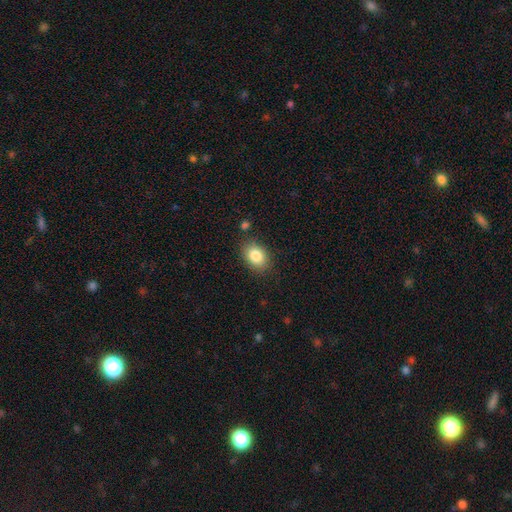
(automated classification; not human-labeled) Smooth or featured?
  - smooth: 85% *
  - star or artifact: 8%
  - featured or disk: 7%
How rounded?
  - in between: 73% *
  - round: 26%
  - cigar-shaped: 1%
Merging?
  - none: 84% *
  - minor disturbance: 11%
  - major disturbance: 3%
  - merger: 2%